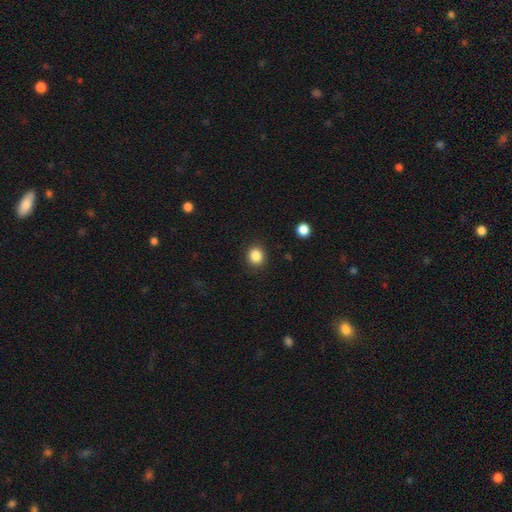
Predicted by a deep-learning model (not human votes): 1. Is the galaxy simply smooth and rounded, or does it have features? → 86% smooth, 11% star or artifact, 4% featured or disk.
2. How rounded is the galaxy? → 85% round, 15% in between, 1% cigar-shaped.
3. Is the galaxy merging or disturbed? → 90% none, 7% minor disturbance, 2% major disturbance, 1% merger.